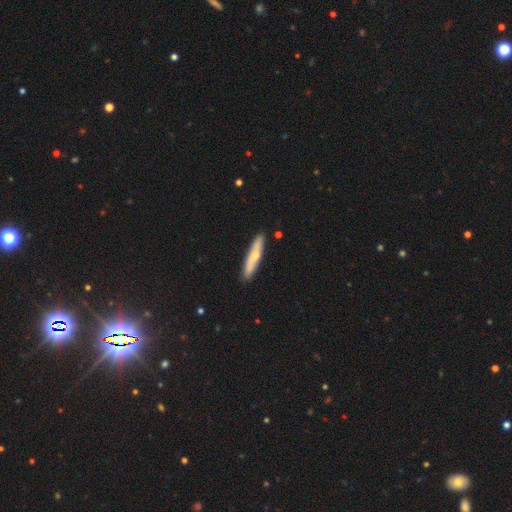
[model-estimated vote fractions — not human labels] Morphology: type=smooth (53%); roundness=cigar-shaped (89%); merging=none (86%).